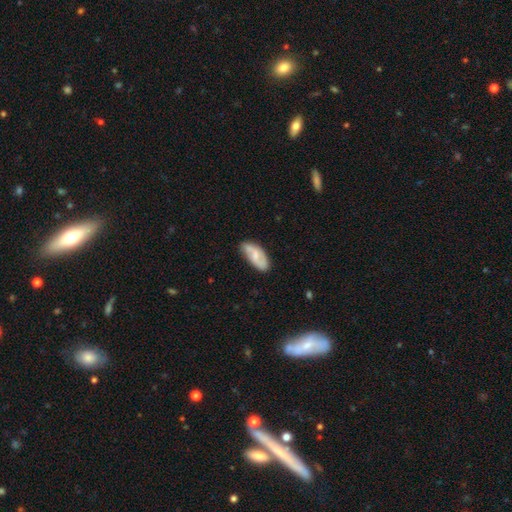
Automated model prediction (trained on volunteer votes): Smooth or featured: smooth — 48% (featured or disk — 46%)
Merging: none — 72% (minor disturbance — 22%)